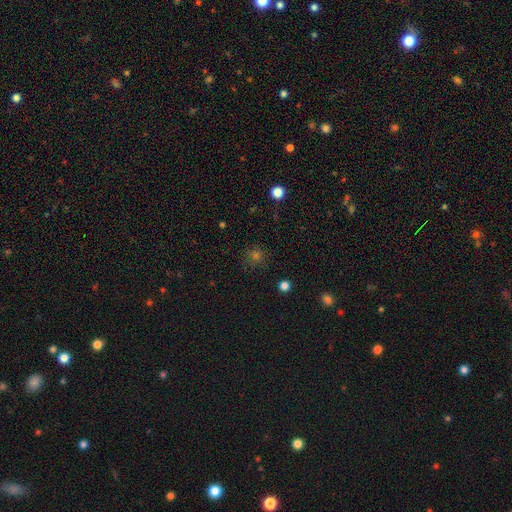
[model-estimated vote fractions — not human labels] Smooth or featured? smooth (59%)
How rounded? round (91%)
Merging? none (85%)